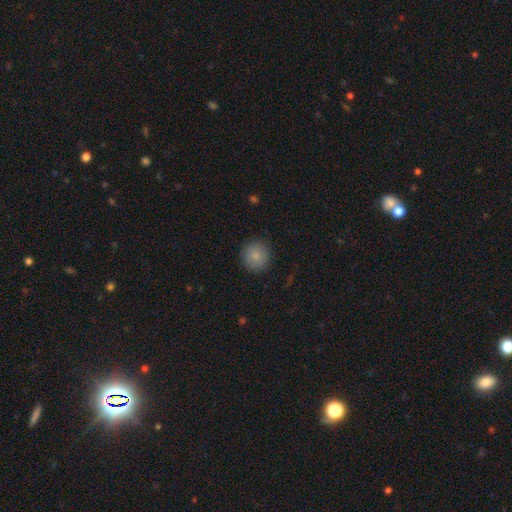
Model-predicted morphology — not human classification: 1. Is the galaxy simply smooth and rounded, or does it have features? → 85% smooth, 9% star or artifact, 6% featured or disk.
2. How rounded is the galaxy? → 93% round, 7% in between, 1% cigar-shaped.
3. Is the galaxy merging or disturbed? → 88% none, 8% minor disturbance, 2% major disturbance, 1% merger.